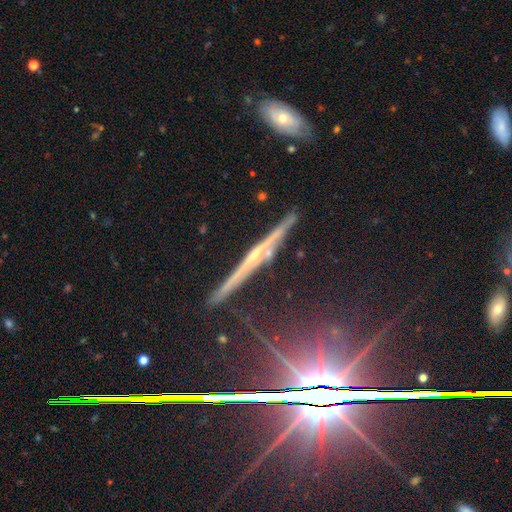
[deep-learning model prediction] Smooth or featured? featured or disk (72%)
Edge-on disk? yes (97%)
Edge-on bulge? rounded (62%)
Merging? none (83%)